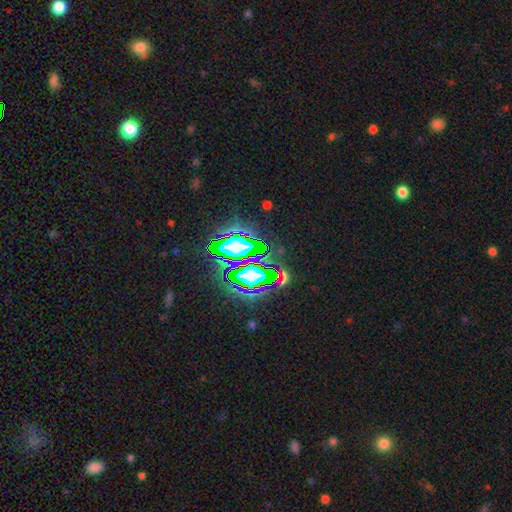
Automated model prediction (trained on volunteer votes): Smooth or featured: star or artifact — 83% (smooth — 9%)